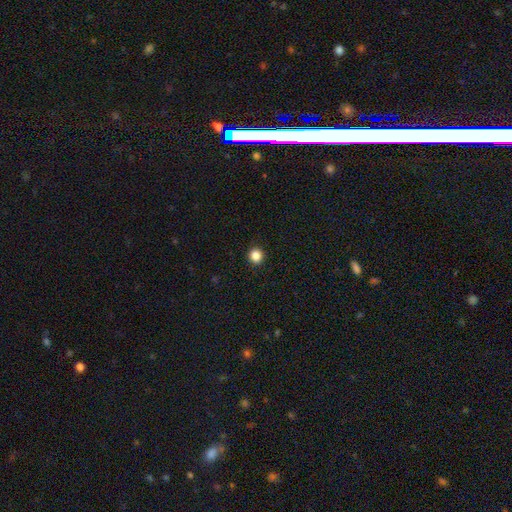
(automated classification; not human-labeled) Smooth or featured: smooth — 86% (star or artifact — 11%)
How rounded: round — 92% (in between — 7%)
Merging: none — 93% (minor disturbance — 4%)